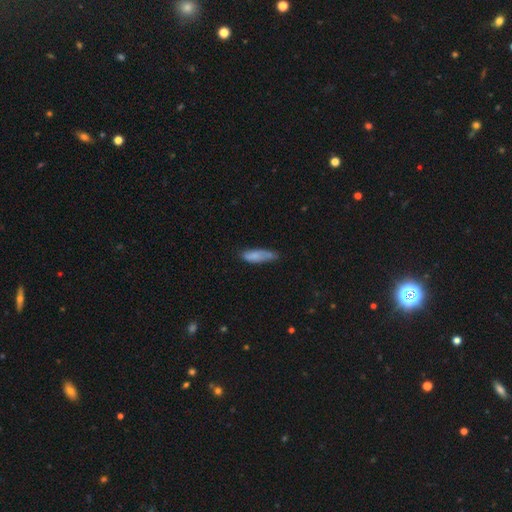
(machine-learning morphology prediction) Smooth or featured?
  - smooth: 78% *
  - featured or disk: 15%
  - star or artifact: 7%
How rounded?
  - in between: 54% *
  - cigar-shaped: 44%
  - round: 2%
Merging?
  - none: 51% *
  - minor disturbance: 34%
  - major disturbance: 9%
  - merger: 6%